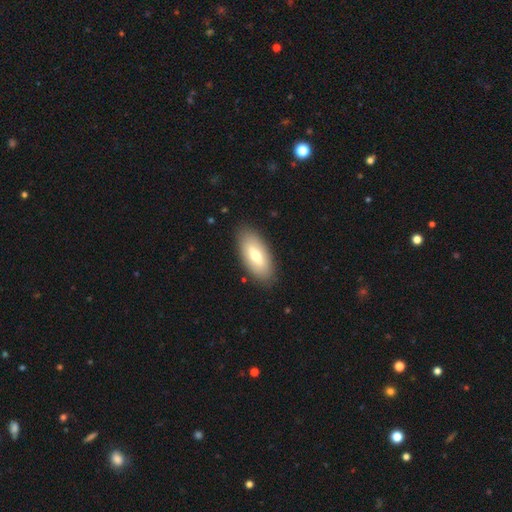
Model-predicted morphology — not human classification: Smooth or featured: smooth — 61% (featured or disk — 33%)
How rounded: in between — 86% (cigar-shaped — 11%)
Merging: none — 87% (minor disturbance — 9%)